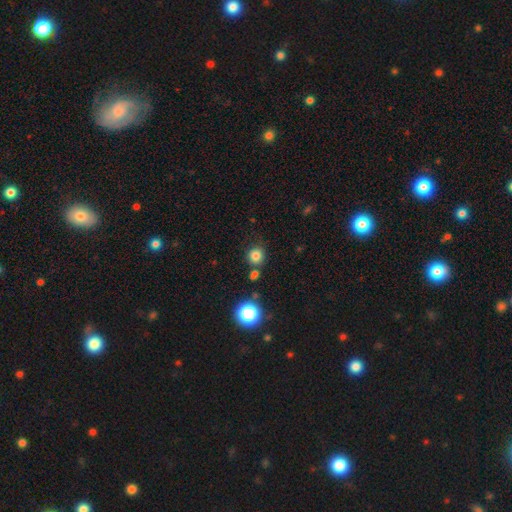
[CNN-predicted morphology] smooth 80%, star or artifact 14%, featured or disk 6%. Down the decision tree: how rounded — round (91%); merging — none (78%).